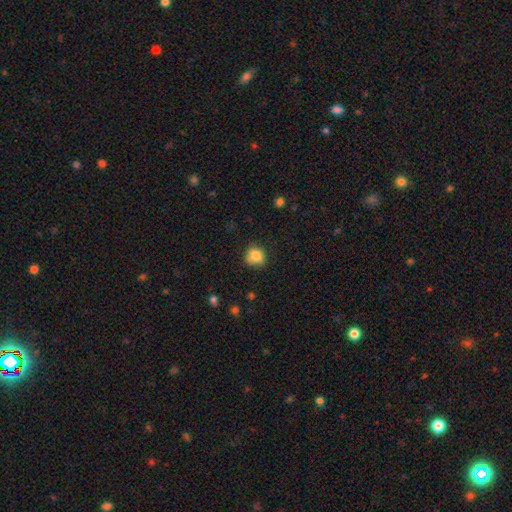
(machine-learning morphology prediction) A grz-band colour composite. It shows a smooth galaxy with no disk features (83%) that is round (74%). Merging: none (67%).